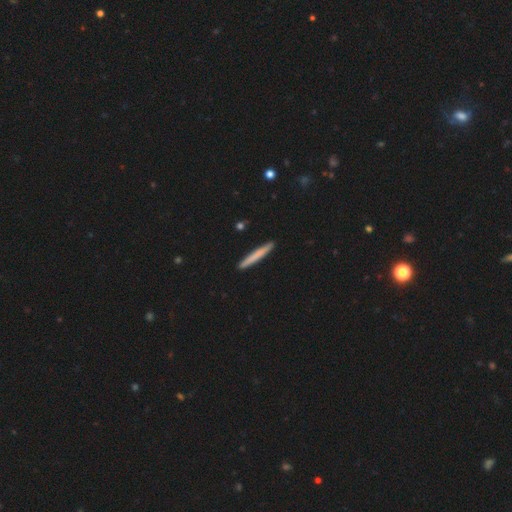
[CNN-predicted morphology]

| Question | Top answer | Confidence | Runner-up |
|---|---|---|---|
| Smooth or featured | smooth | 72% | featured or disk (23%) |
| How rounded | cigar-shaped | 97% | in between (2%) |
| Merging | none | 92% | minor disturbance (5%) |